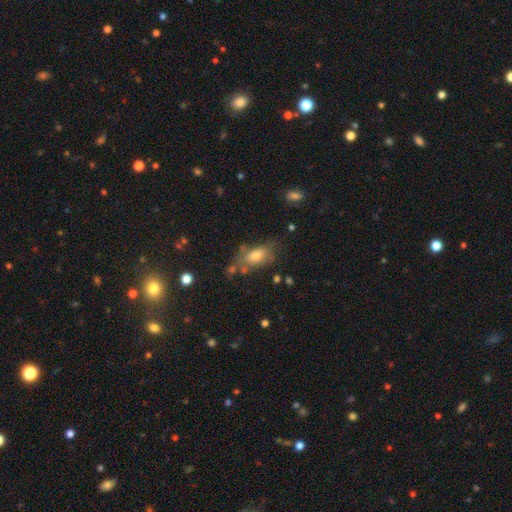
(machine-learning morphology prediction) Smooth or featured? smooth (67%)
How rounded? in between (84%)
Merging? none (58%)